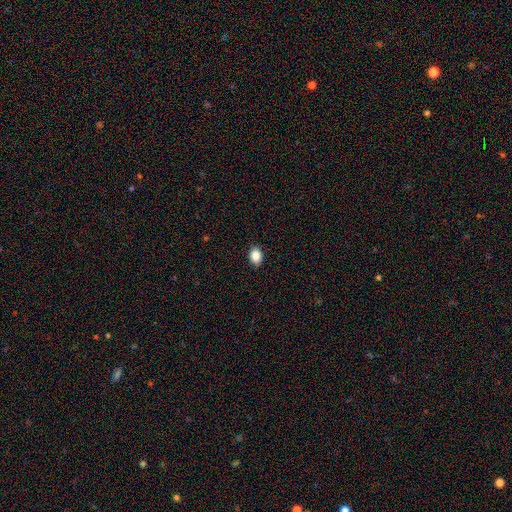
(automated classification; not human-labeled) A smooth galaxy with no disk features (87%) that is in between round and cigar-shaped (74%).

Vote fractions:
- Smooth or featured? smooth: 87% / star or artifact: 9% / featured or disk: 5%
- How rounded? in between: 74% / round: 25% / cigar-shaped: 1%
- Merging? none: 89% / minor disturbance: 8% / major disturbance: 2% / merger: 1%